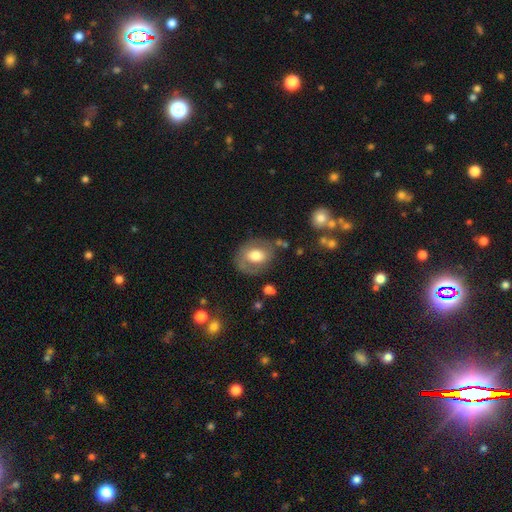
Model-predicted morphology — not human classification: smooth-or-featured: smooth: 55% | featured or disk: 37% | star or artifact: 7%
  how-rounded: in between: 54% | round: 45% | cigar-shaped: 1%
  merging: none: 68% | minor disturbance: 19% | major disturbance: 10% | merger: 3%